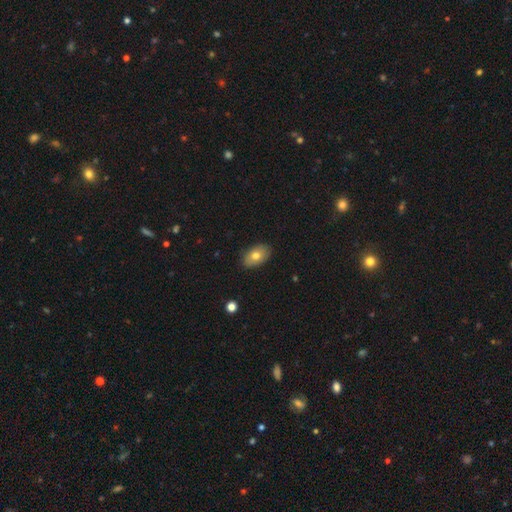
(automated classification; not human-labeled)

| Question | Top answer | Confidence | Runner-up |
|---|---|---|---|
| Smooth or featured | smooth | 75% | featured or disk (17%) |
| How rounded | in between | 90% | round (9%) |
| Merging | none | 86% | minor disturbance (11%) |